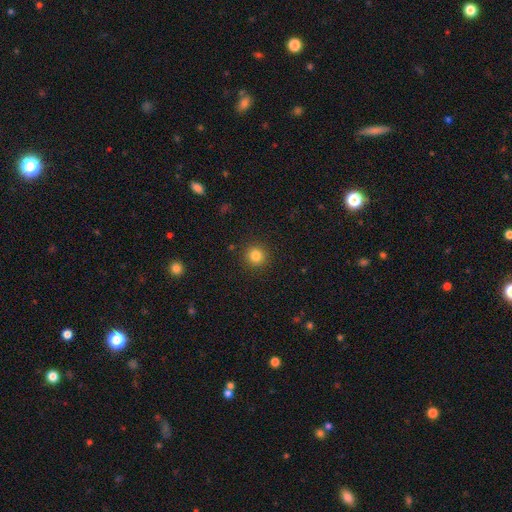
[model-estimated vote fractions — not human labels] smooth-or-featured: smooth: 83% | star or artifact: 12% | featured or disk: 5%
  how-rounded: round: 93% | in between: 6% | cigar-shaped: 1%
  merging: none: 91% | minor disturbance: 5% | major disturbance: 2% | merger: 1%